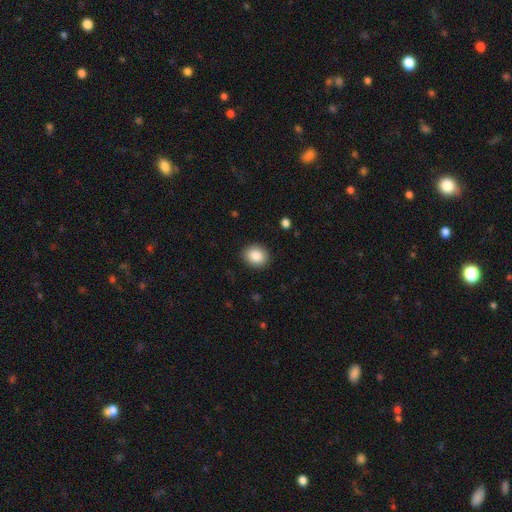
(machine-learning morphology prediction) Smooth or featured? smooth (87%)
How rounded? round (67%)
Merging? none (89%)